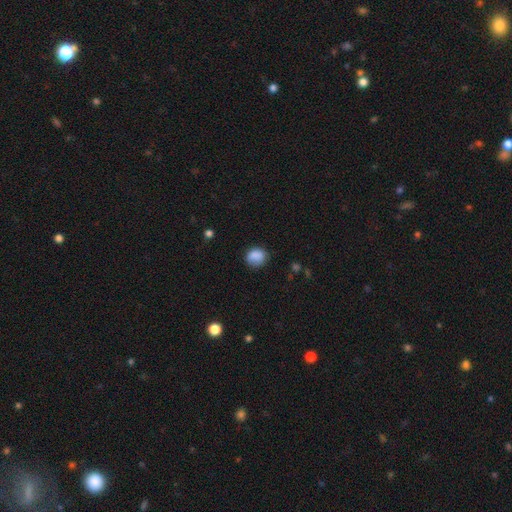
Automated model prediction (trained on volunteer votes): A smooth galaxy with no disk features (83%) that is round (65%).

Vote fractions:
- Smooth or featured? smooth: 83% / star or artifact: 9% / featured or disk: 8%
- How rounded? round: 65% / in between: 34% / cigar-shaped: 1%
- Merging? none: 68% / minor disturbance: 23% / major disturbance: 7% / merger: 2%